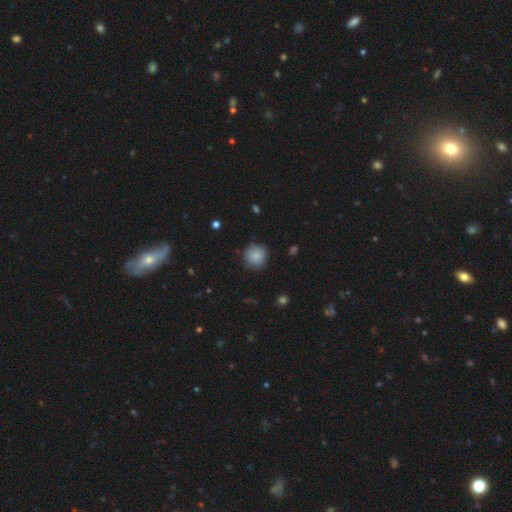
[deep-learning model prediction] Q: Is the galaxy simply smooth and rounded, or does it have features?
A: smooth — 83%.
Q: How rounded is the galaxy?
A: round — 91%.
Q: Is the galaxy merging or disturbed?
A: none — 80%.